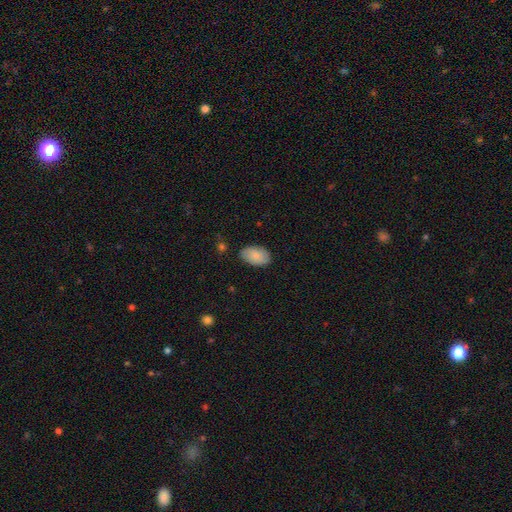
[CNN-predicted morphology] A smooth galaxy with no disk features (85%) that is in between round and cigar-shaped (92%). Merging: none (84%).